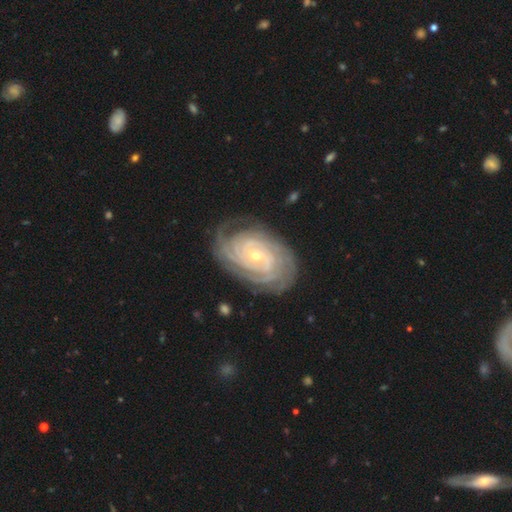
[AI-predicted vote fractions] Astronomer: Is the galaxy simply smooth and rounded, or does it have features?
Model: featured or disk — 90%.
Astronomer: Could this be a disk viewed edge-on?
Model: no — 96%.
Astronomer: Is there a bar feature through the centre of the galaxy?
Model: no — 59%.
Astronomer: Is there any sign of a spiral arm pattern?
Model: yes — 98%.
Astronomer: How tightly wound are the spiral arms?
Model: tight — 83%.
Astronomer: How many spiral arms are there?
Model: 4 — 25% (runner-up: can't tell, 22%).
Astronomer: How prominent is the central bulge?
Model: small — 66%.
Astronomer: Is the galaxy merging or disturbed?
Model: none — 79%.